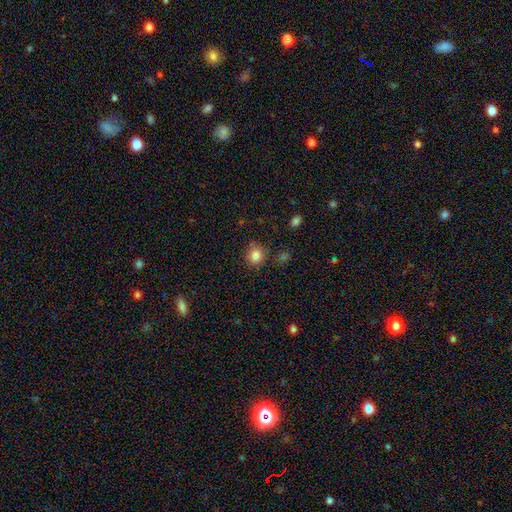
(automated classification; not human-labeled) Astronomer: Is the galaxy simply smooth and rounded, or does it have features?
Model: smooth — 84%.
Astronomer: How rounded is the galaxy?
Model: round — 79%.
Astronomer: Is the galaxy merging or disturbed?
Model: none — 81%.